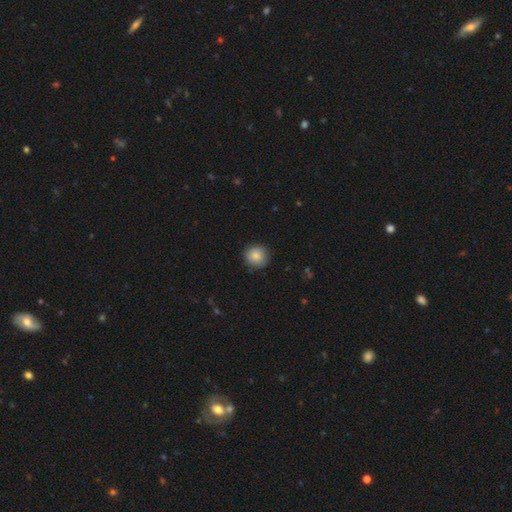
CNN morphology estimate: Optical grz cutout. It shows a smooth galaxy with no disk features (87%) that is round (92%). Merging: none (89%).